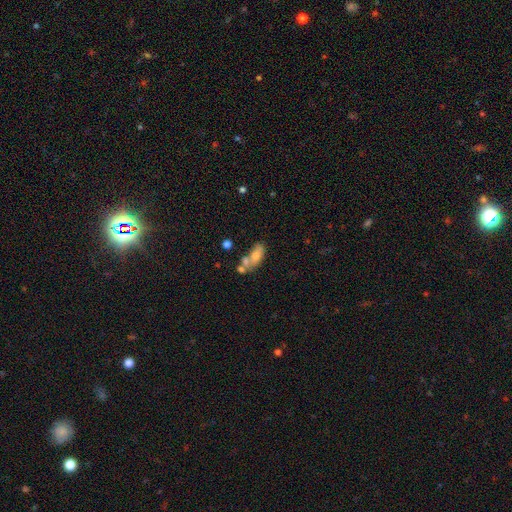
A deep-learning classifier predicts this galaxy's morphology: Smooth or featured?
  - smooth: 65% *
  - featured or disk: 26%
  - star or artifact: 8%
How rounded?
  - in between: 81% *
  - cigar-shaped: 15%
  - round: 5%
Merging?
  - none: 39% *
  - merger: 34%
  - minor disturbance: 18%
  - major disturbance: 9%